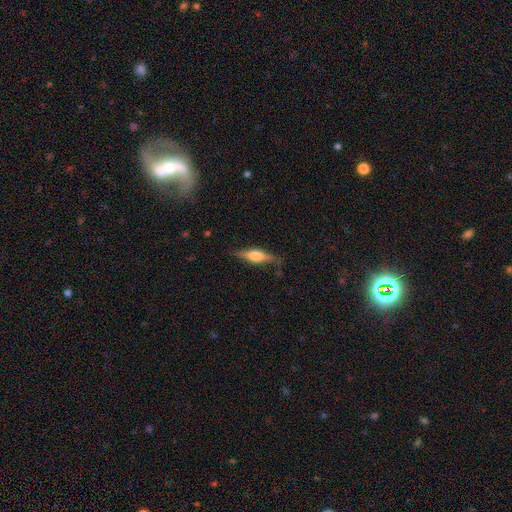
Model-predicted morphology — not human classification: type=featured or disk (48%); merging=none (78%).